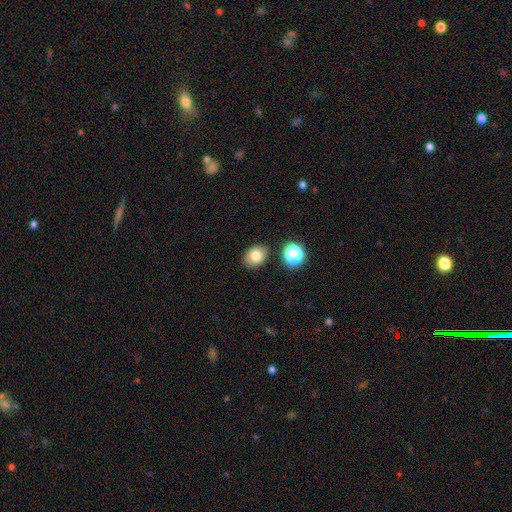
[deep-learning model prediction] A smooth galaxy with no disk features (78%) that is in between round and cigar-shaped (60%). Merging: none (82%).